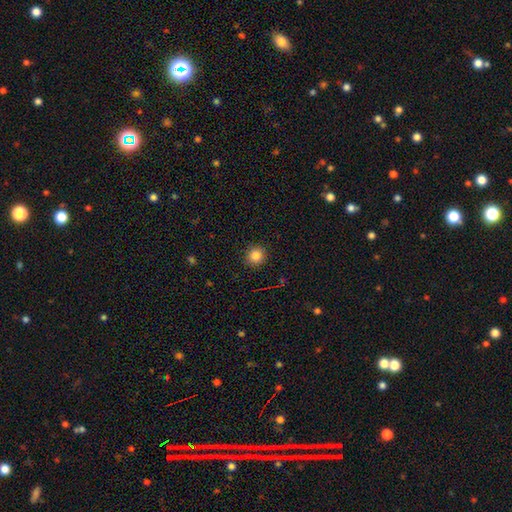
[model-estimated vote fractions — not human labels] The model was most divided on "smooth or featured": smooth: 85%, star or artifact: 11%, featured or disk: 4%. More confident: how rounded — round (93%); merging — none (91%).